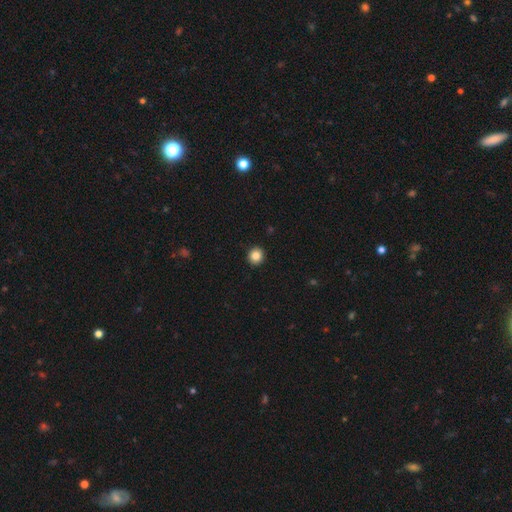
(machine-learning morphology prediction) A smooth galaxy with no disk features (86%) that is round (91%).

Vote fractions:
- Smooth or featured? smooth: 86% / star or artifact: 10% / featured or disk: 5%
- How rounded? round: 91% / in between: 8% / cigar-shaped: 1%
- Merging? none: 93% / minor disturbance: 4% / major disturbance: 1% / merger: 1%